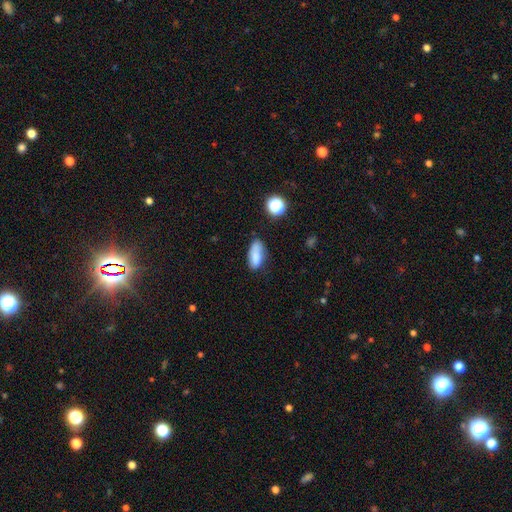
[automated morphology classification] smooth 80%, featured or disk 10%, star or artifact 10%. Down the decision tree: how rounded — in between (84%); merging — none (60%).